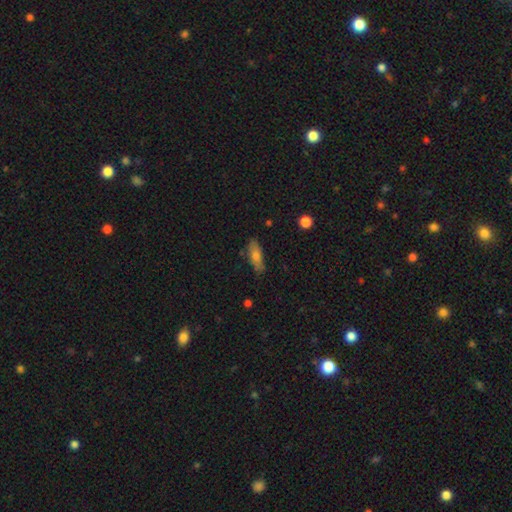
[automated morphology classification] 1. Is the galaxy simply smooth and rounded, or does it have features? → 71% smooth, 21% featured or disk, 8% star or artifact.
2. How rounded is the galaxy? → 65% in between, 32% cigar-shaped, 3% round.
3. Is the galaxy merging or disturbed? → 76% none, 19% minor disturbance, 3% major disturbance, 2% merger.